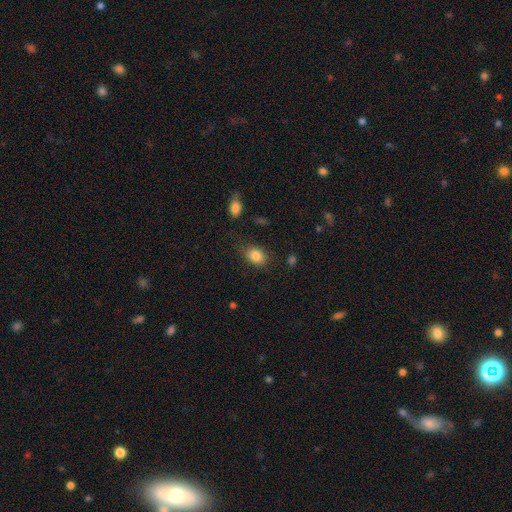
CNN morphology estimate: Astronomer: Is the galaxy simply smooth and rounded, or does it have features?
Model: smooth — 84%.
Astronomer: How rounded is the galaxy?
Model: in between — 69%.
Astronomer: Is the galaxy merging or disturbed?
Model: none — 73%.